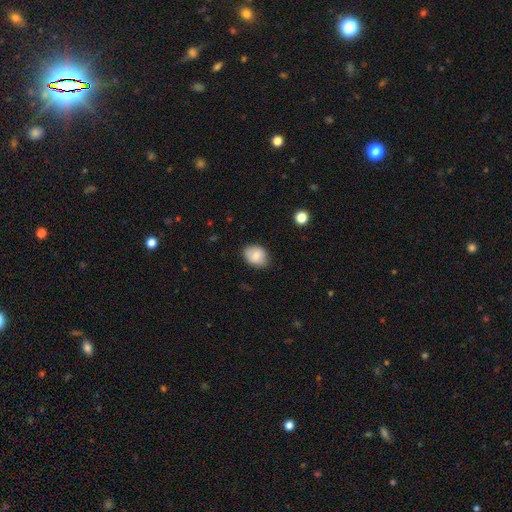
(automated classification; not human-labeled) A smooth galaxy with no disk features (78%) that is in between round and cigar-shaped (62%). Merging: none (79%).